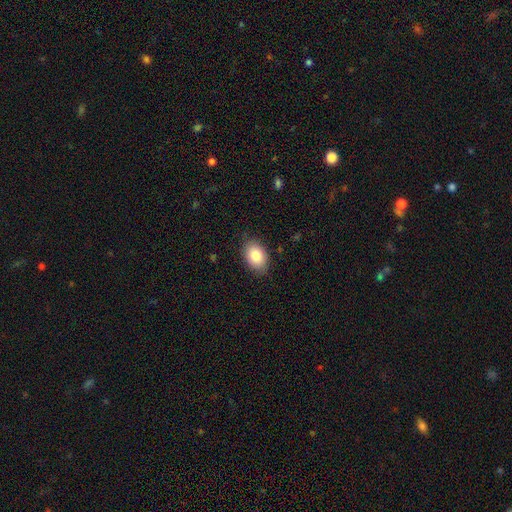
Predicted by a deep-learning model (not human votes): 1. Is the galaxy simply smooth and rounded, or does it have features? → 83% smooth, 9% featured or disk, 7% star or artifact.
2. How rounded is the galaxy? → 82% in between, 17% round, 1% cigar-shaped.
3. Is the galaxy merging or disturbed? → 85% none, 12% minor disturbance, 2% major disturbance, 1% merger.